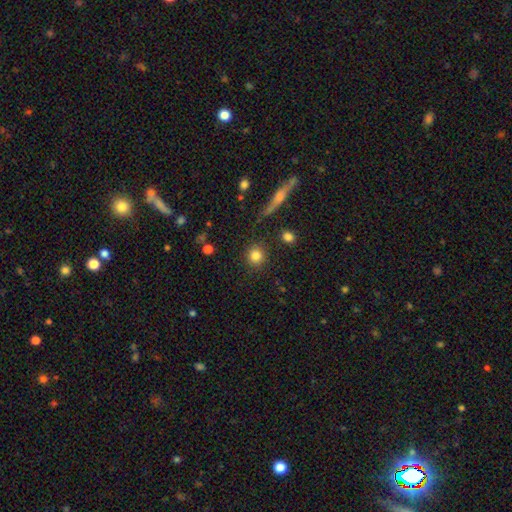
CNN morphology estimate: Overall: smooth (83%). How rounded: round (92%). Merging: none (87%).